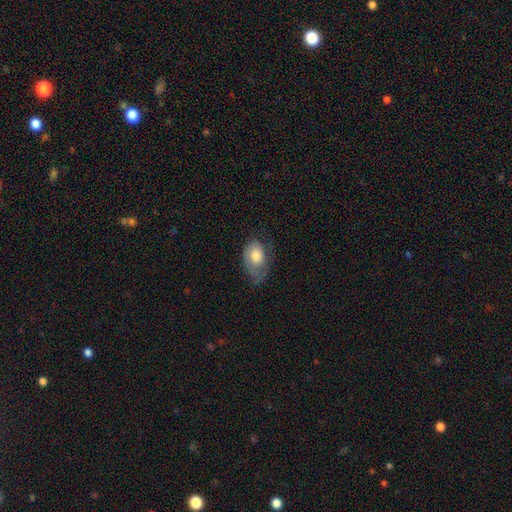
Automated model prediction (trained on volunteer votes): Morphology: type=smooth (62%); roundness=in between (87%); merging=none (42%).